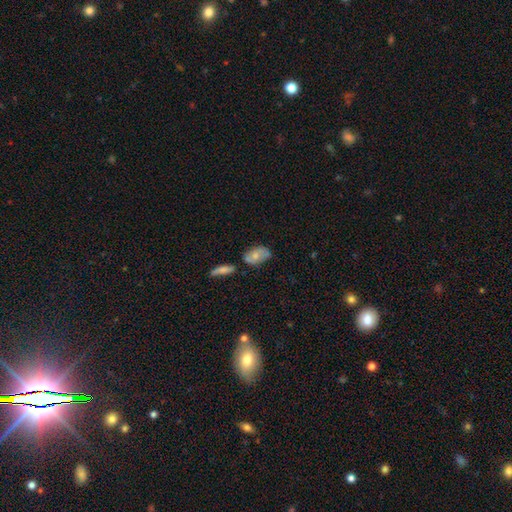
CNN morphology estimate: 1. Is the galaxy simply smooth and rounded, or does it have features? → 66% smooth, 28% featured or disk, 7% star or artifact.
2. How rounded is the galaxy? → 89% in between, 7% round, 4% cigar-shaped.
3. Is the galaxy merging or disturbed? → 55% none, 26% minor disturbance, 13% merger, 6% major disturbance.